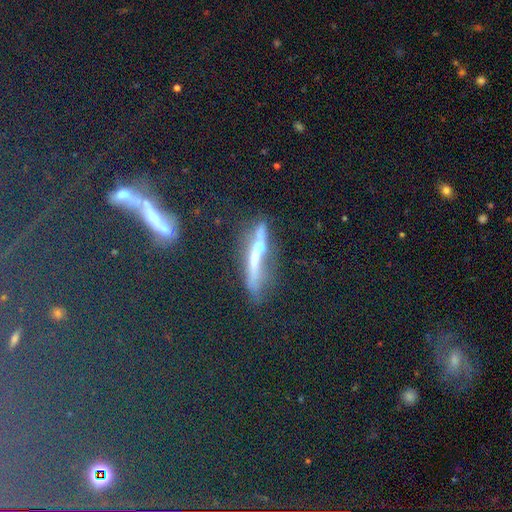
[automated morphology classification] Q: Smooth or featured?
A: featured or disk (43%); runner-up: smooth (31%)
Q: Merging?
A: none (47%); runner-up: merger (25%)